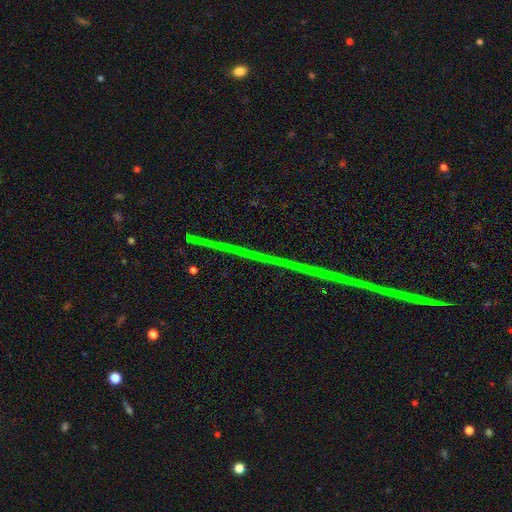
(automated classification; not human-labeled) This is clearly a star or artifact rather than a galaxy (81%).